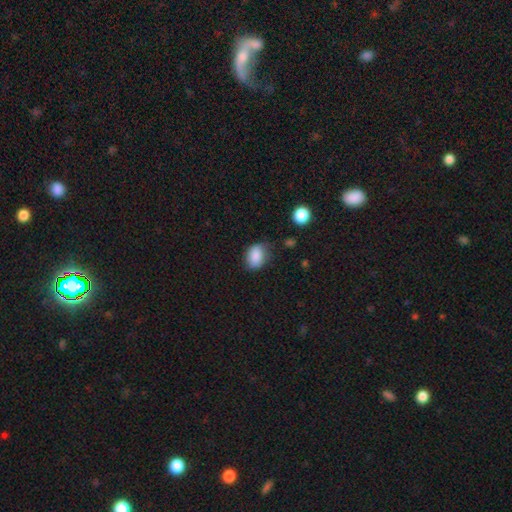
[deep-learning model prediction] smooth-or-featured: smooth: 86% | star or artifact: 8% | featured or disk: 5%
  how-rounded: in between: 73% | round: 26% | cigar-shaped: 1%
  merging: none: 70% | minor disturbance: 23% | major disturbance: 5% | merger: 2%